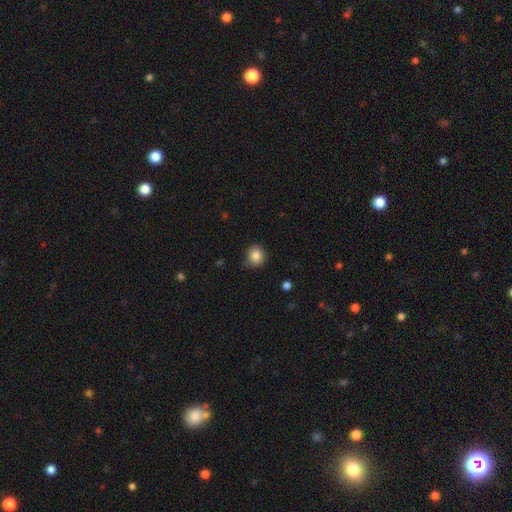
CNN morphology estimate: smooth_or_featured: smooth (p=0.86) [alt: star or artifact p=0.09]
how_rounded: round (p=0.79) [alt: in between p=0.20]
merging: none (p=0.78) [alt: minor disturbance p=0.18]